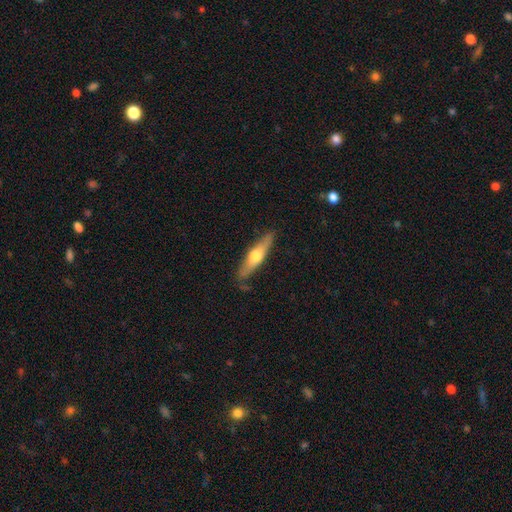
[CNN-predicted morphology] A featured or disk galaxy (52%) viewed edge-on (91%).

Vote fractions:
- Smooth or featured? featured or disk: 52% / smooth: 43% / star or artifact: 5%
- Edge-on disk? yes: 91% / no: 9%
- Merging? none: 84% / minor disturbance: 12% / major disturbance: 2% / merger: 2%